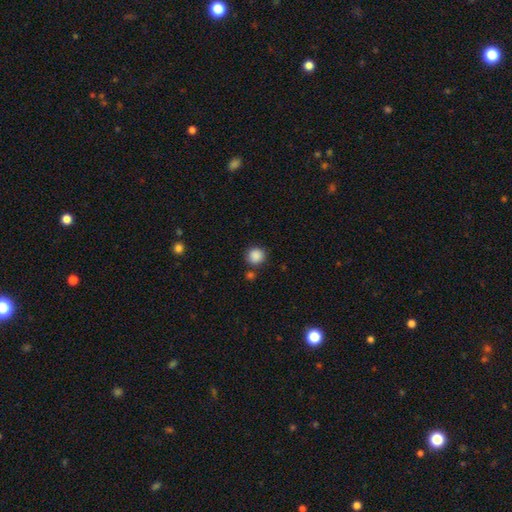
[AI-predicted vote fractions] This is clearly a smooth galaxy (88%). How rounded: clearly round (92%). Merging: clearly none (81%).